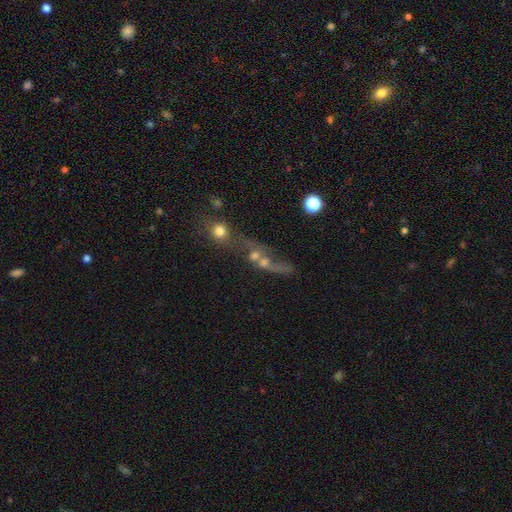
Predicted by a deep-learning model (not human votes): A smooth galaxy with no disk features (40%).

Vote fractions:
- Smooth or featured? smooth: 40% / featured or disk: 38% / star or artifact: 22%
- Merging? merger: 56% / none: 22% / major disturbance: 15% / minor disturbance: 8%